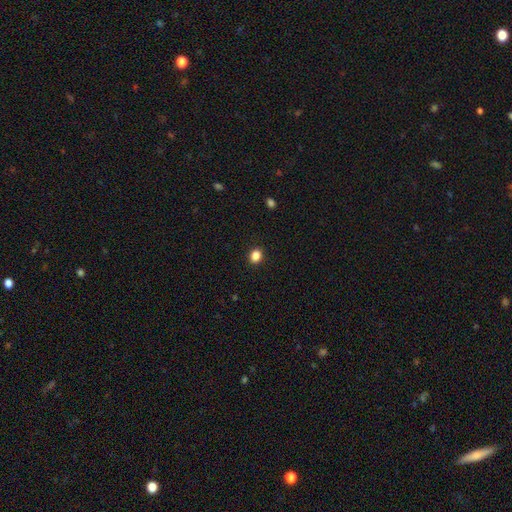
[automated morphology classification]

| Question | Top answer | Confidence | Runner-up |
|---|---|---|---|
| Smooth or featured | smooth | 86% | star or artifact (11%) |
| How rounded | round | 60% | in between (39%) |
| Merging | none | 91% | minor disturbance (6%) |